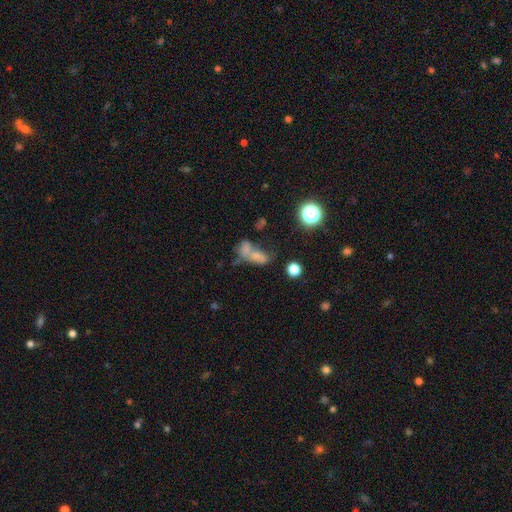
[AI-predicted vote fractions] Smooth or featured? Predicted: smooth (p=0.63). How rounded? Predicted: in between (p=0.75). Merging? Predicted: merger (p=0.60).